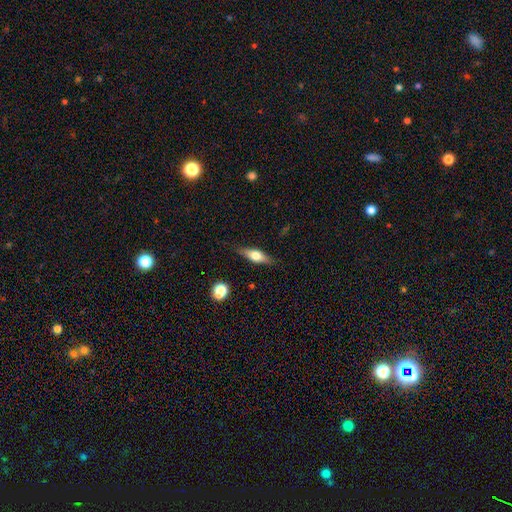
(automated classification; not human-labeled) A smooth galaxy with no disk features (49%).

Vote fractions:
- Smooth or featured? smooth: 49% / featured or disk: 44% / star or artifact: 7%
- Merging? none: 83% / minor disturbance: 13% / major disturbance: 3% / merger: 2%